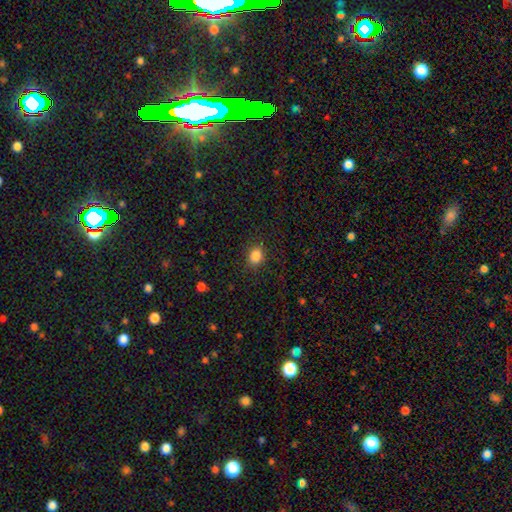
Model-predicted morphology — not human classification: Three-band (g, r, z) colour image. It shows a smooth galaxy with no disk features (85%) that is round (56%). Merging: none (85%).